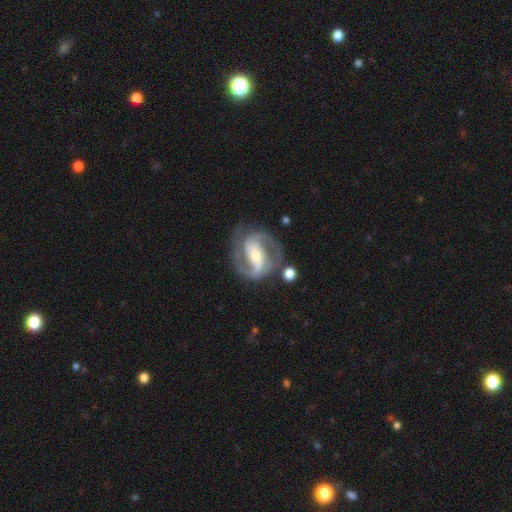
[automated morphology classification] Smooth or featured?
  - featured or disk: 91% *
  - smooth: 4%
  - star or artifact: 4%
Edge-on disk?
  - no: 98% *
  - yes: 2%
Bar?
  - strong: 58% *
  - weak: 28%
  - no: 14%
Spiral arms?
  - yes: 98% *
  - no: 2%
Spiral winding?
  - medium: 55% *
  - tight: 33%
  - loose: 12%
Spiral arm count?
  - 2: 92% *
  - 3: 2%
  - can't tell: 2%
  - 1: 2%
  - 4: 1%
  - more than 4: 1%
Bulge size?
  - small: 49% *
  - moderate: 43%
  - large: 5%
  - none: 2%
  - dominant: 1%
Merging?
  - none: 76% *
  - minor disturbance: 14%
  - major disturbance: 6%
  - merger: 4%